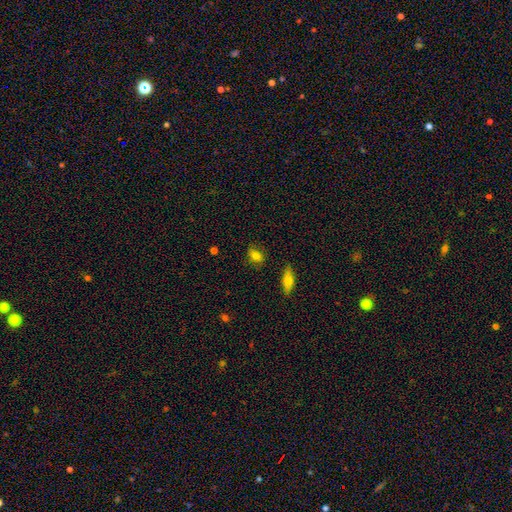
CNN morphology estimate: type=smooth (78%); roundness=in between (69%); merging=none (79%).